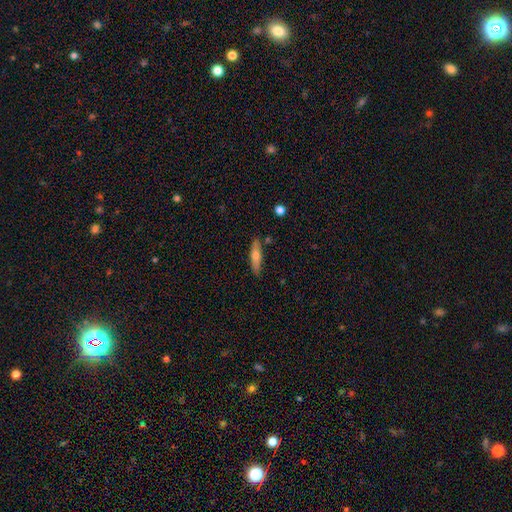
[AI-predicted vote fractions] Smooth or featured? Predicted: smooth (p=0.55). How rounded? Predicted: cigar-shaped (p=0.81). Merging? Predicted: none (p=0.84).